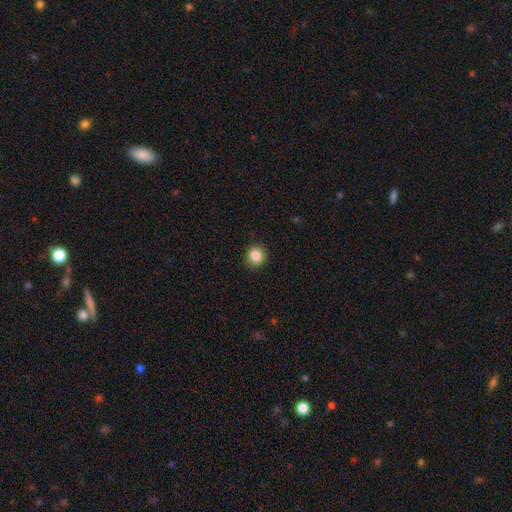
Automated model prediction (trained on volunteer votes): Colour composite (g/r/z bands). It shows a smooth galaxy with no disk features (86%) that is round (84%). Merging: none (90%).